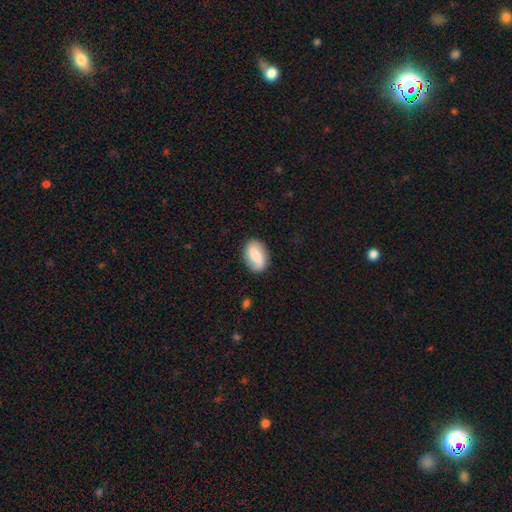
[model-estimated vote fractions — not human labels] A smooth galaxy with no disk features (60%) that is in between round and cigar-shaped (86%). Merging: none (84%).